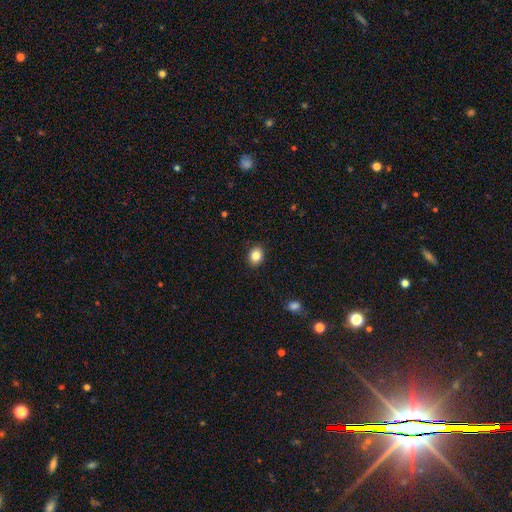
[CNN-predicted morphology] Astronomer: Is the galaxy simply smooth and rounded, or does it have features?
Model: smooth — 84%.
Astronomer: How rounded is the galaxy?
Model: round — 56% (runner-up: in between, 43%).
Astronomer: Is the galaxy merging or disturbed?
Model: none — 90%.